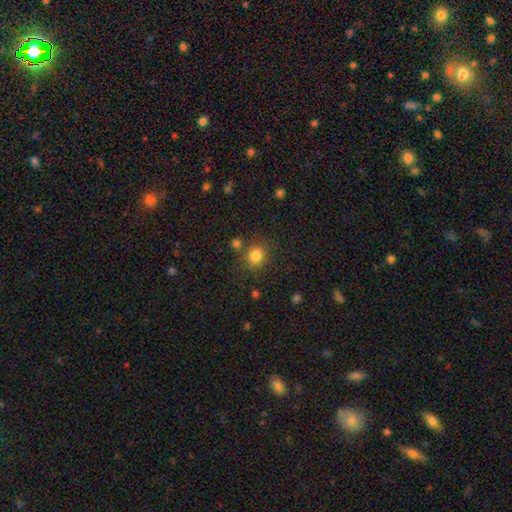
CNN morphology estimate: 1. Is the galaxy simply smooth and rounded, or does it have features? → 82% smooth, 12% star or artifact, 6% featured or disk.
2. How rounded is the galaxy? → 78% round, 22% in between, 1% cigar-shaped.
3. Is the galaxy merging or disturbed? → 78% none, 10% minor disturbance, 8% merger, 4% major disturbance.